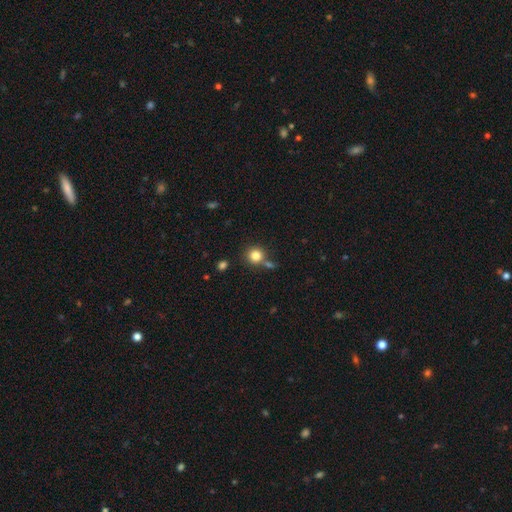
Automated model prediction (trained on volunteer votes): smooth 83%, star or artifact 11%, featured or disk 6%. Down the decision tree: how rounded — round (91%); merging — none (69%).